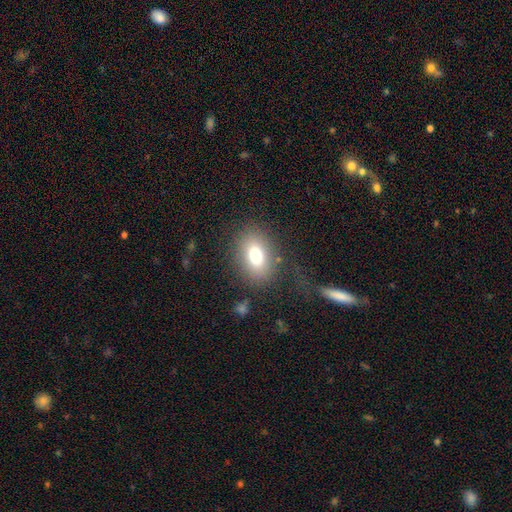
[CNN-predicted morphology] smooth_or_featured: smooth (p=0.74) [alt: featured or disk p=0.14]
how_rounded: in between (p=0.74) [alt: round p=0.24]
merging: none (p=0.75) [alt: minor disturbance p=0.13]